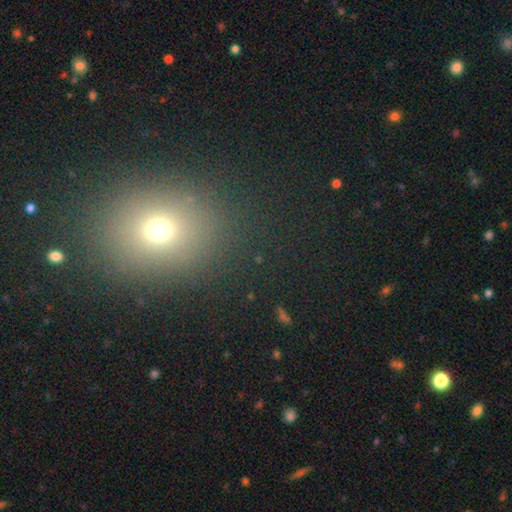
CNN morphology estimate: This appears to be a smooth galaxy with no disk features (60%) that is round (58%). Merging: none (86%).